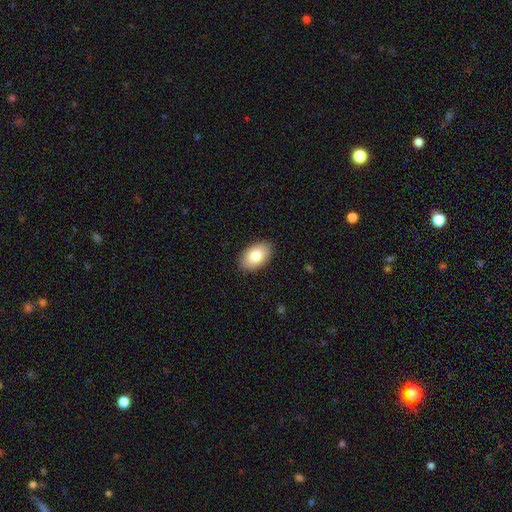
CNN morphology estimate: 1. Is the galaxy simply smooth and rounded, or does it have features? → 81% smooth, 12% featured or disk, 7% star or artifact.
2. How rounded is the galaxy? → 92% in between, 6% round, 1% cigar-shaped.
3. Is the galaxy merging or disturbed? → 89% none, 9% minor disturbance, 2% major disturbance, 1% merger.